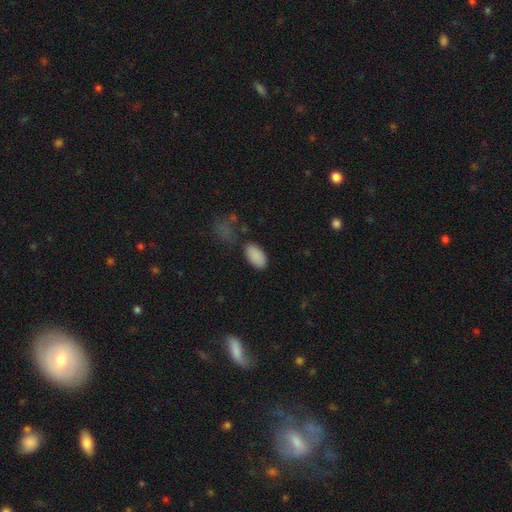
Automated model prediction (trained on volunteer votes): A smooth galaxy with no disk features (89%) that is in between round and cigar-shaped (95%).

Vote fractions:
- Smooth or featured? smooth: 89% / star or artifact: 7% / featured or disk: 4%
- How rounded? in between: 95% / round: 3% / cigar-shaped: 2%
- Merging? none: 79% / minor disturbance: 13% / major disturbance: 4% / merger: 4%